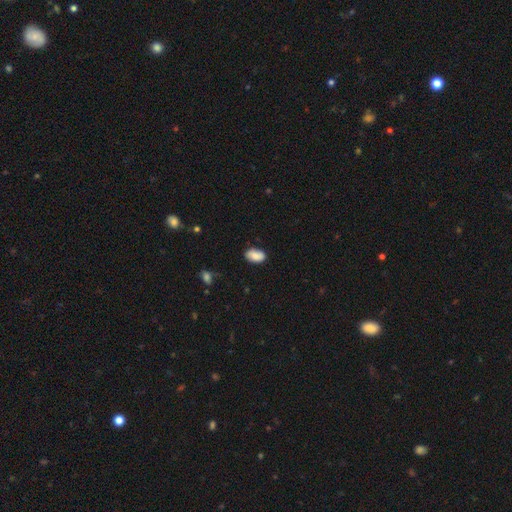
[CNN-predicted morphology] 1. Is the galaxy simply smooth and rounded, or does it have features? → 79% smooth, 14% featured or disk, 7% star or artifact.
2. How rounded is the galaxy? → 92% in between, 6% round, 2% cigar-shaped.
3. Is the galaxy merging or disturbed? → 80% none, 16% minor disturbance, 3% major disturbance, 2% merger.